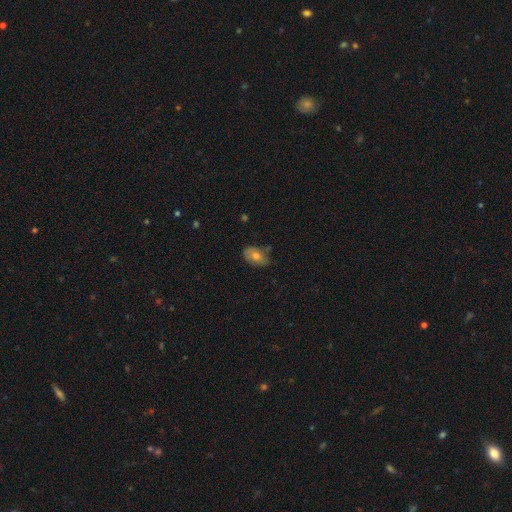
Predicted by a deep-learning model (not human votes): smooth_or_featured: smooth (p=0.63) [alt: featured or disk p=0.27]
how_rounded: in between (p=0.85) [alt: round p=0.13]
merging: none (p=0.69) [alt: minor disturbance p=0.24]